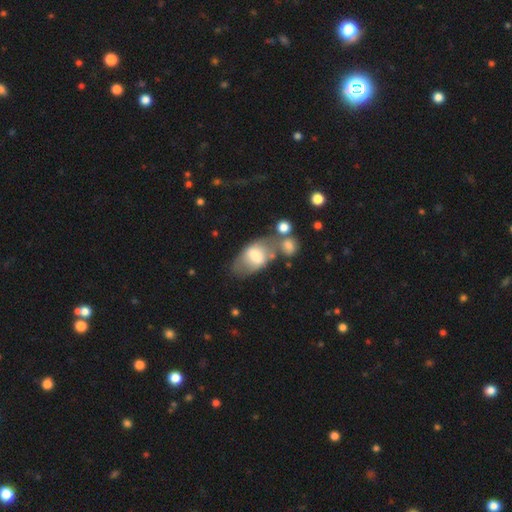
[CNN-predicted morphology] A smooth galaxy with no disk features (58%) that is in between round and cigar-shaped (90%).

Vote fractions:
- Smooth or featured? smooth: 58% / featured or disk: 34% / star or artifact: 8%
- How rounded? in between: 90% / round: 7% / cigar-shaped: 3%
- Merging? none: 36% / merger: 30% / minor disturbance: 20% / major disturbance: 15%